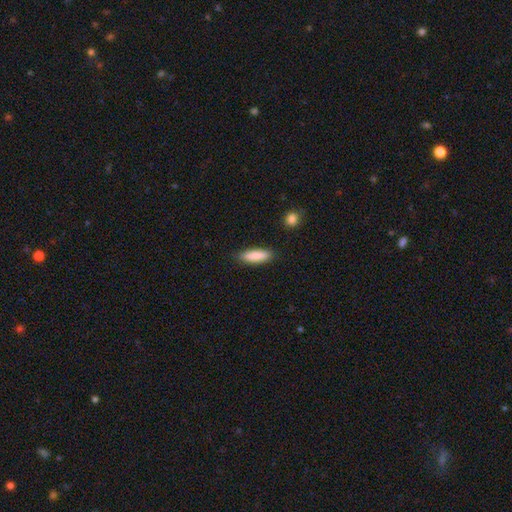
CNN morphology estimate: Smooth or featured? Predicted: smooth (p=0.85). How rounded? Predicted: cigar-shaped (p=0.50). Merging? Predicted: none (p=0.87).